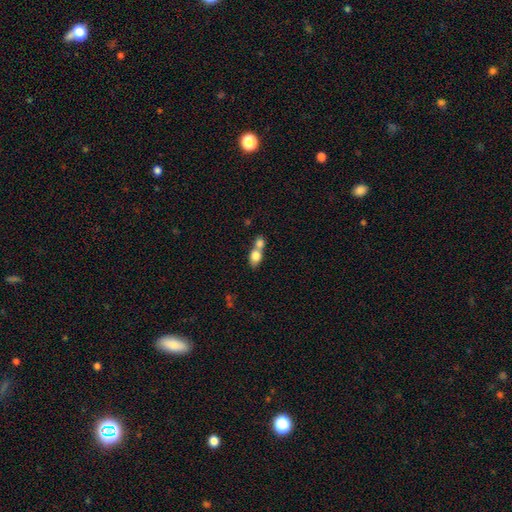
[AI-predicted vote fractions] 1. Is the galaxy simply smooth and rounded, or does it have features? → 79% smooth, 14% featured or disk, 8% star or artifact.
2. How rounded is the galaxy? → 67% in between, 30% round, 3% cigar-shaped.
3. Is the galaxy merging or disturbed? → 67% merger, 24% none, 6% minor disturbance, 3% major disturbance.